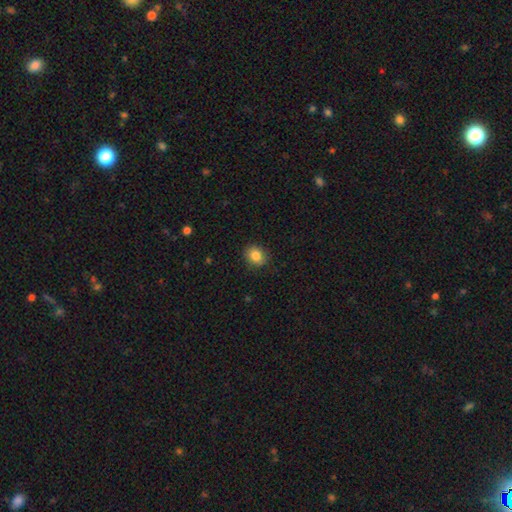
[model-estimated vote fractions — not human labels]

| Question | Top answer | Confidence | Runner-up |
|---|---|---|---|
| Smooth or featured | smooth | 85% | star or artifact (10%) |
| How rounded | round | 62% | in between (37%) |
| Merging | none | 88% | minor disturbance (9%) |